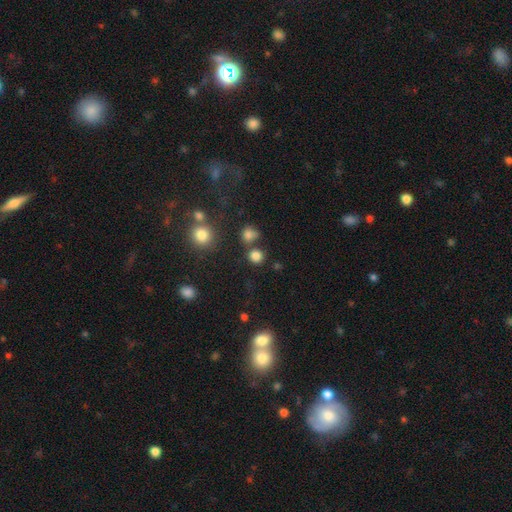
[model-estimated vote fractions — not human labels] This is clearly a smooth galaxy (81%). How rounded: clearly round (89%). Merging: likely none (76%).